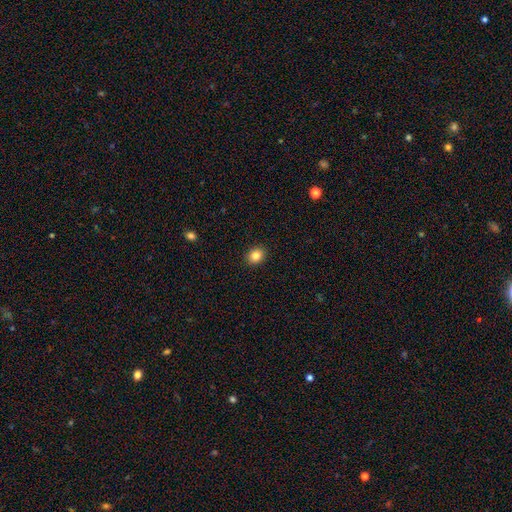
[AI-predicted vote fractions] Q: Smooth or featured?
A: smooth (84%); runner-up: star or artifact (10%)
Q: How rounded?
A: round (58%); runner-up: in between (41%)
Q: Merging?
A: none (91%); runner-up: minor disturbance (6%)